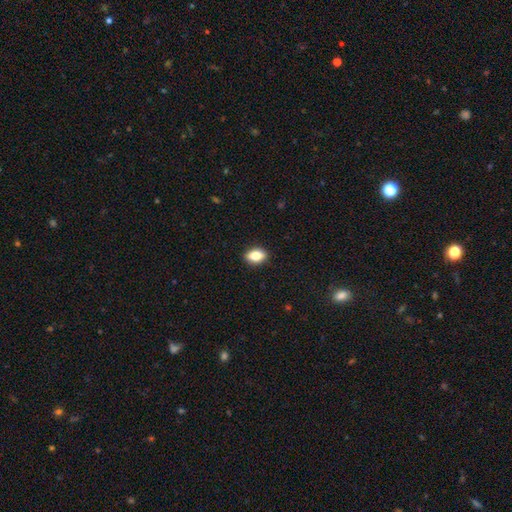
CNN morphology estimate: A smooth galaxy with no disk features (80%) that is in between round and cigar-shaped (83%).

Vote fractions:
- Smooth or featured? smooth: 80% / featured or disk: 12% / star or artifact: 8%
- How rounded? in between: 83% / round: 13% / cigar-shaped: 4%
- Merging? none: 89% / minor disturbance: 8% / major disturbance: 2% / merger: 1%